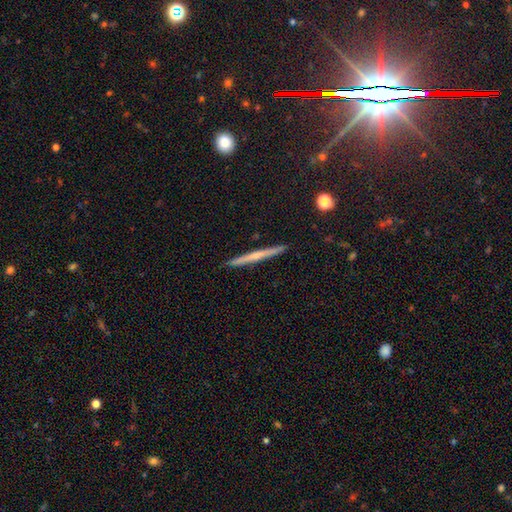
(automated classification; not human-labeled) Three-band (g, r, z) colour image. It shows a featured or disk galaxy (54%) viewed edge-on (98%) with no central bulge (57%). Merging: none (92%).